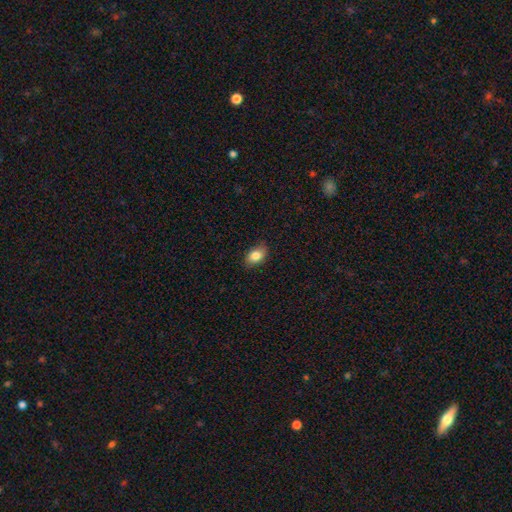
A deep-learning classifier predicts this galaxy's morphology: smooth_or_featured: smooth (p=0.83) [alt: featured or disk p=0.09]
how_rounded: in between (p=0.87) [alt: round p=0.12]
merging: none (p=0.84) [alt: minor disturbance p=0.13]